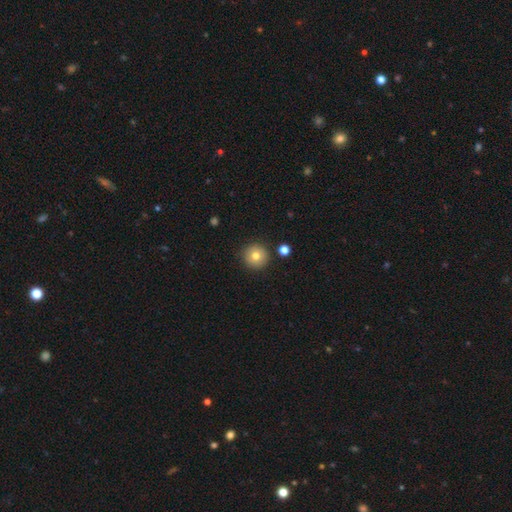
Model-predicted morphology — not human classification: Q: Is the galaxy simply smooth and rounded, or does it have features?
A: smooth — 78%.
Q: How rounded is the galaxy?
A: round — 96%.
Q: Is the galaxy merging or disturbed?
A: none — 90%.